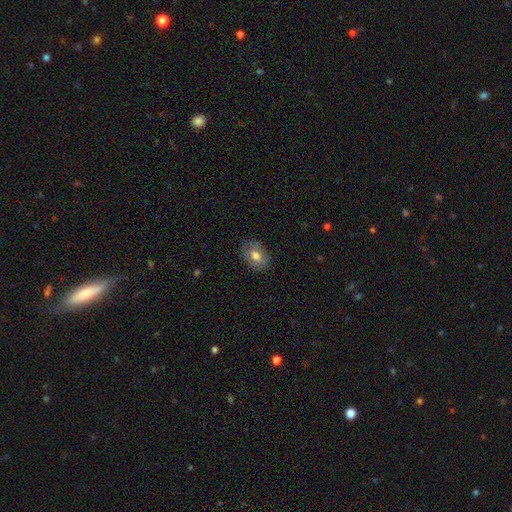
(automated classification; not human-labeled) Morphology: type=smooth (70%); roundness=in between (78%); merging=none (82%).